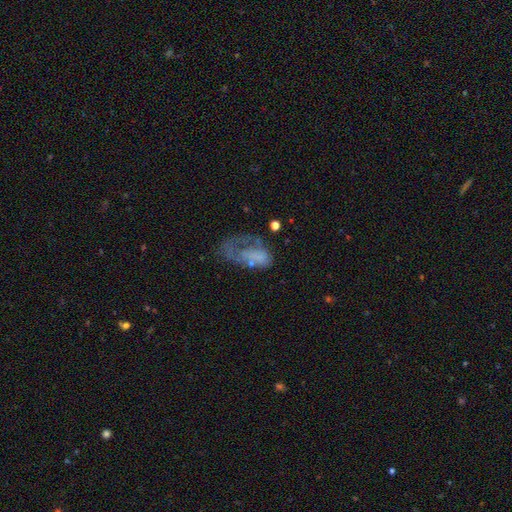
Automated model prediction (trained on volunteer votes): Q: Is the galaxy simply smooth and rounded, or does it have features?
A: featured or disk — 45%.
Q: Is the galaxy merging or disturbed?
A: major disturbance — 52%.